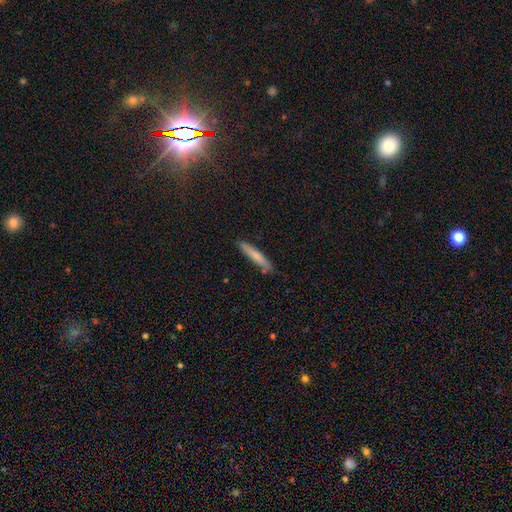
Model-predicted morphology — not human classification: smooth_or_featured: smooth (p=0.73) [alt: featured or disk p=0.21]
how_rounded: cigar-shaped (p=0.93) [alt: in between p=0.06]
merging: none (p=0.85) [alt: minor disturbance p=0.11]